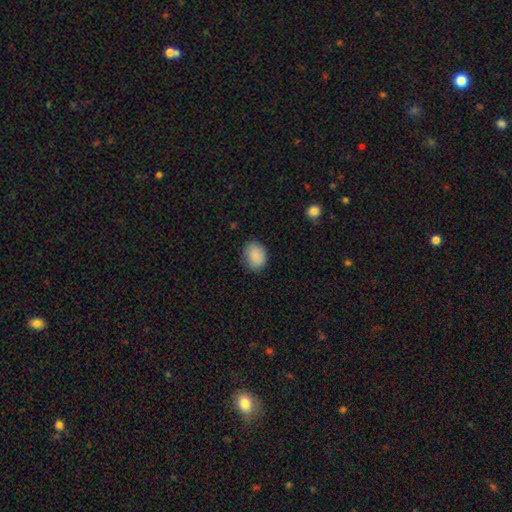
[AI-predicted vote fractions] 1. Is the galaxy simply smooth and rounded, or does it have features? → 88% smooth, 8% star or artifact, 4% featured or disk.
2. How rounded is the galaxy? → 62% in between, 37% round, 1% cigar-shaped.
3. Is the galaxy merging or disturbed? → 79% none, 17% minor disturbance, 3% major disturbance, 1% merger.